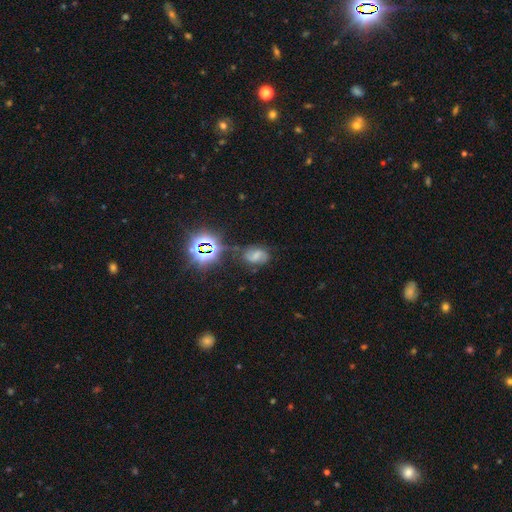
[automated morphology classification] Smooth or featured?
  - featured or disk: 40% *
  - smooth: 35%
  - star or artifact: 25%
Merging?
  - none: 60% *
  - minor disturbance: 24%
  - major disturbance: 11%
  - merger: 6%